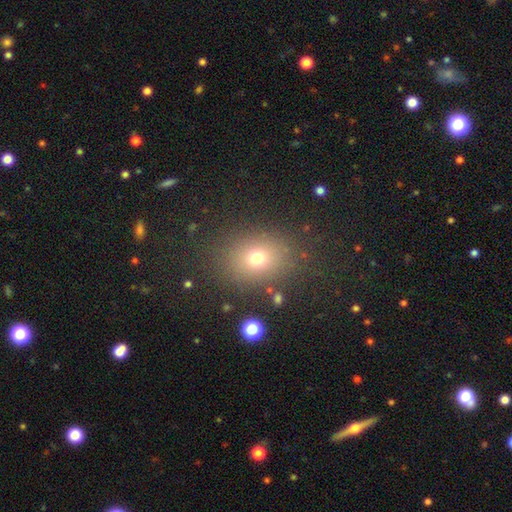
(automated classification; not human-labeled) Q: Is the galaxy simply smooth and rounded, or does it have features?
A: smooth — 68%.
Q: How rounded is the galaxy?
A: in between — 50%.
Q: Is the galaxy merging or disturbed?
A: none — 84%.